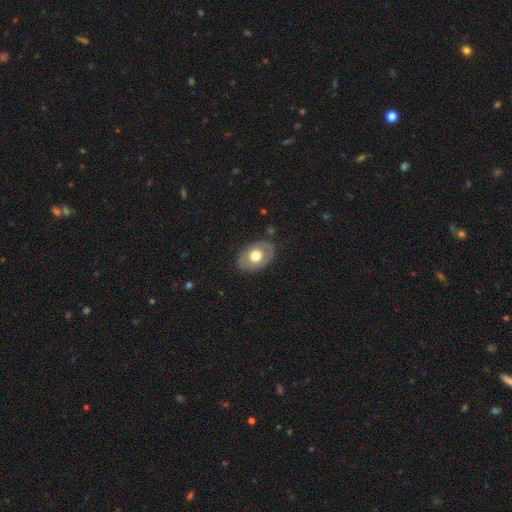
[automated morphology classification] type=smooth (57%); roundness=in between (77%); merging=none (82%).